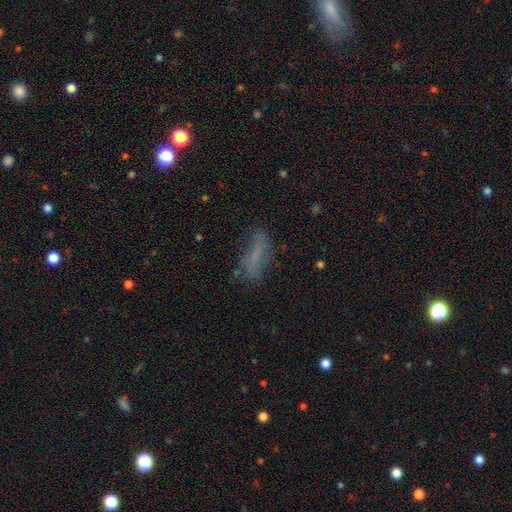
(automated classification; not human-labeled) This is possibly a smooth galaxy (58%). How rounded: possibly cigar-shaped (52%). Merging: possibly none (56%).